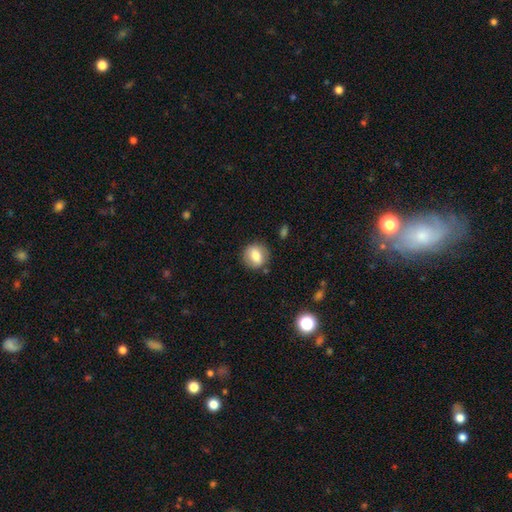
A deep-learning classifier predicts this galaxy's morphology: A smooth galaxy with no disk features (74%) that is round (71%). Merging: none (81%).